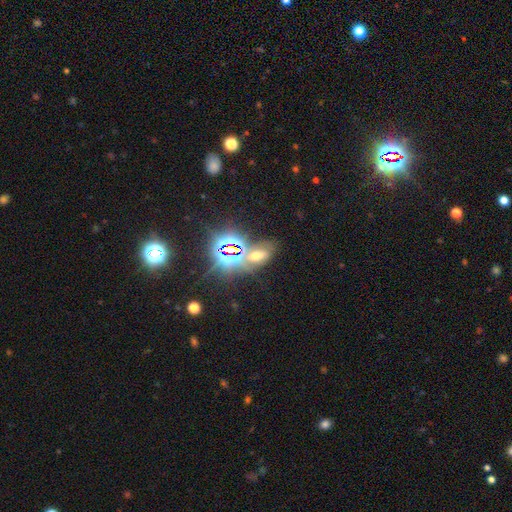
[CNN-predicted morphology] A star or artifact, not a galaxy (59%).